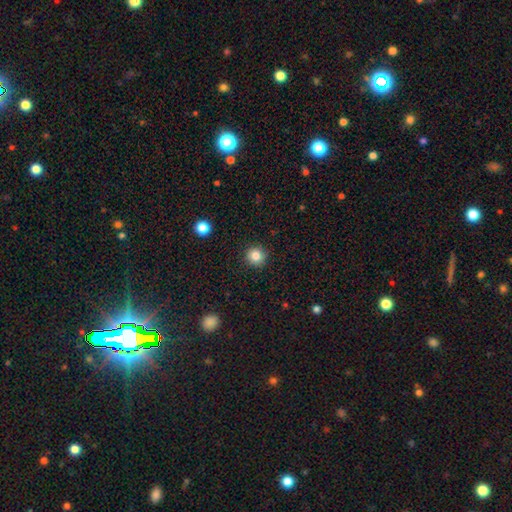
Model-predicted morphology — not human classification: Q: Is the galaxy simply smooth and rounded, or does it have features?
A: smooth — 83%.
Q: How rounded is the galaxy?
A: round — 95%.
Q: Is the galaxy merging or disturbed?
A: none — 92%.